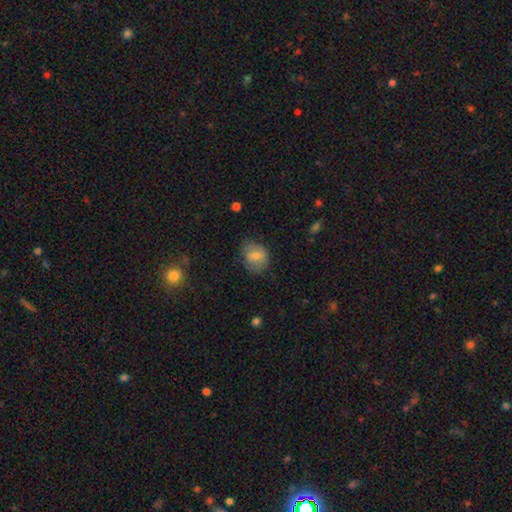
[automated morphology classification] This is likely a smooth galaxy (70%). How rounded: possibly round (55%). Merging: likely none (71%).